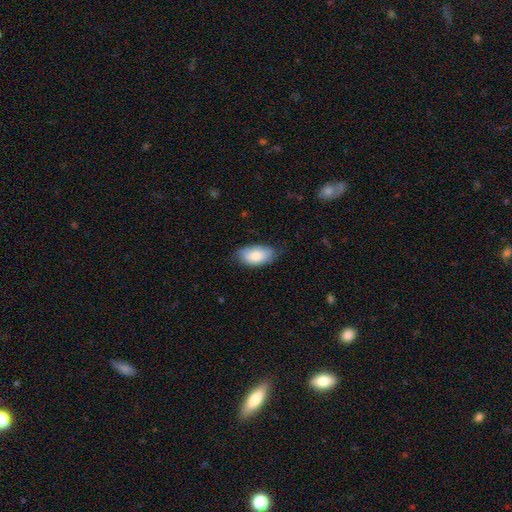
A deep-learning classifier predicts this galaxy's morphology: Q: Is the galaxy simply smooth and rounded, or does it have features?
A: smooth — 80%.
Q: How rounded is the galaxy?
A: in between — 93%.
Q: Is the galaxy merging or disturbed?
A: none — 70%.